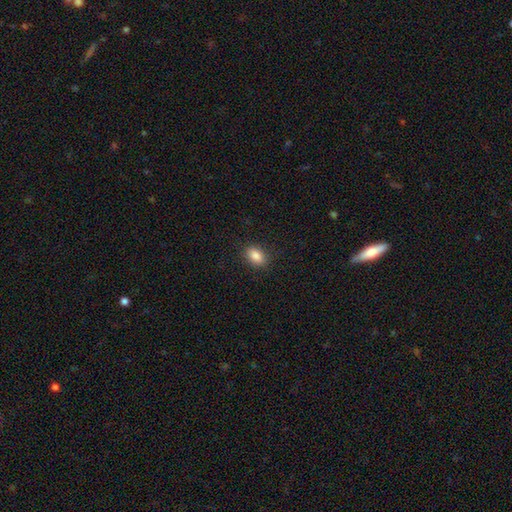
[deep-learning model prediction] Smooth or featured: smooth — 87% (star or artifact — 9%)
How rounded: in between — 85% (round — 13%)
Merging: none — 87% (minor disturbance — 9%)